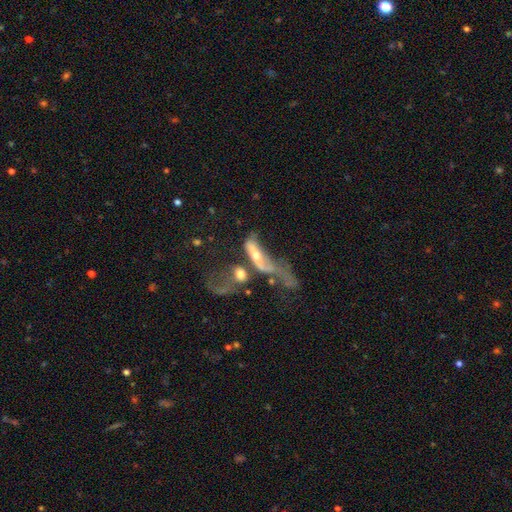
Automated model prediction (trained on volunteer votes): smooth-or-featured: featured or disk: 53% | smooth: 38% | star or artifact: 10%
  disk-edge-on: no: 75% | yes: 25%
  merging: merger: 57% | major disturbance: 29% | none: 8% | minor disturbance: 6%